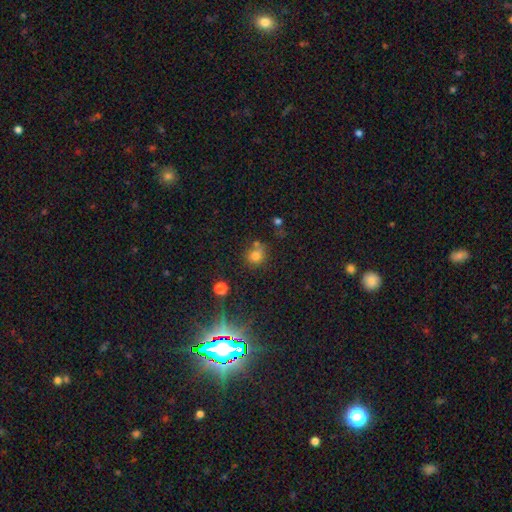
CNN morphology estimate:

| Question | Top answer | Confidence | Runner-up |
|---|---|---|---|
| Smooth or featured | smooth | 74% | star or artifact (17%) |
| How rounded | round | 83% | in between (16%) |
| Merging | none | 62% | merger (18%) |